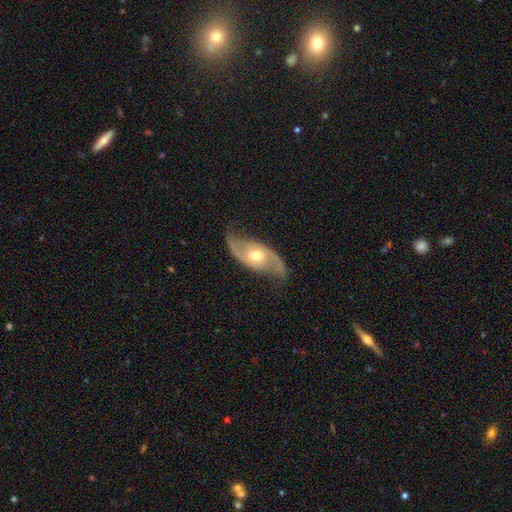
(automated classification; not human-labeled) Overall: featured or disk (85%). Edge-on disk: no (93%). Bar: no (62%; weak 29%). Spiral arms: yes (94%). Spiral arm count: 2 (92%). Spiral winding: loose (49%; medium 38%). Bulge size: moderate (71%). Merging: none (76%).